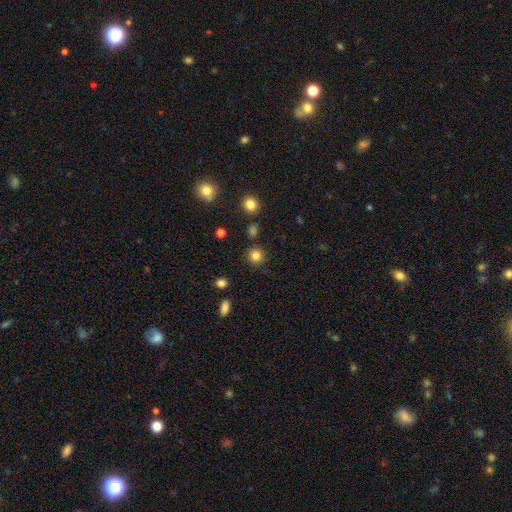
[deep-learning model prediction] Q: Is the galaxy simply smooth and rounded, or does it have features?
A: smooth — 83%.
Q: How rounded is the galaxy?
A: round — 92%.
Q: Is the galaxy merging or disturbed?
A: none — 88%.